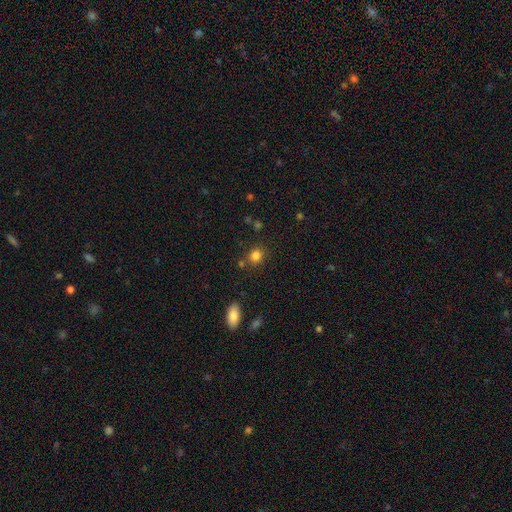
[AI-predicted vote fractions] Q: Smooth or featured?
A: smooth (82%); runner-up: star or artifact (12%)
Q: How rounded?
A: round (72%); runner-up: in between (27%)
Q: Merging?
A: none (78%); runner-up: minor disturbance (11%)